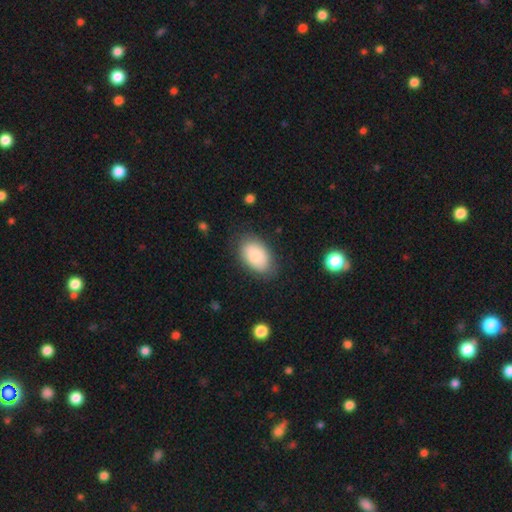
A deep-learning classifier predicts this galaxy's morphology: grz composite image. It shows a smooth galaxy with no disk features (83%) that is in between round and cigar-shaped (91%). Merging: none (78%).